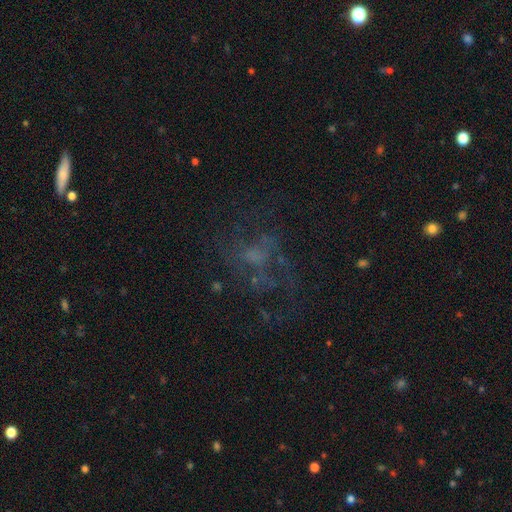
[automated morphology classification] Q: Smooth or featured?
A: featured or disk (54%); runner-up: star or artifact (24%)
Q: Edge-on disk?
A: no (97%); runner-up: yes (3%)
Q: Bar?
A: no (79%); runner-up: weak (18%)
Q: Spiral arms?
A: no (63%); runner-up: yes (37%)
Q: Bulge size?
A: none (42%); runner-up: small (29%)
Q: Merging?
A: none (53%); runner-up: major disturbance (29%)